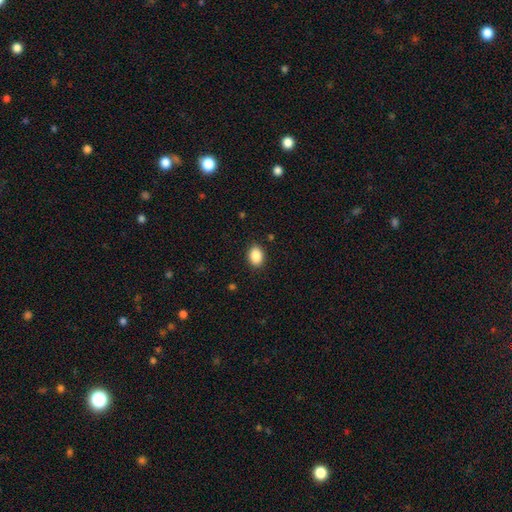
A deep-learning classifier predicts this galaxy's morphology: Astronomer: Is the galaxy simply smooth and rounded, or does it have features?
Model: smooth — 88%.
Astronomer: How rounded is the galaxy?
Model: in between — 73%.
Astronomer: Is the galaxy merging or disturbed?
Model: none — 89%.